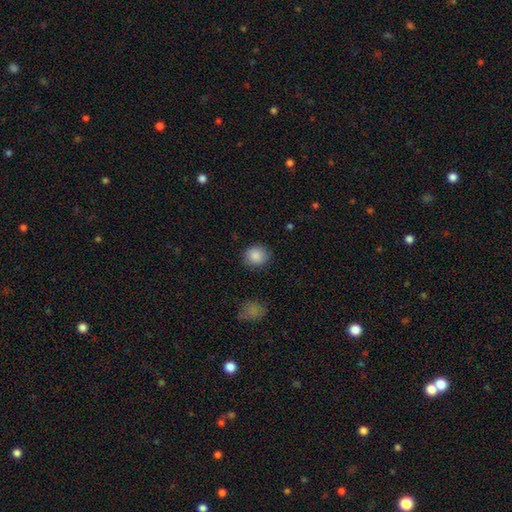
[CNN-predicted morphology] smooth-or-featured: smooth: 87% | star or artifact: 8% | featured or disk: 5%
  how-rounded: round: 79% | in between: 20% | cigar-shaped: 1%
  merging: none: 85% | minor disturbance: 11% | major disturbance: 3% | merger: 1%